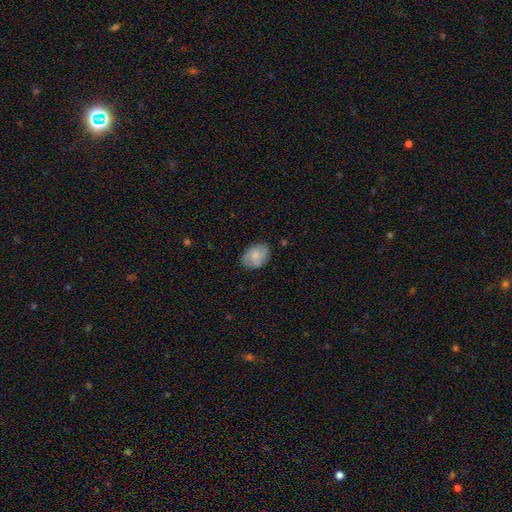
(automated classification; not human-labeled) Smooth or featured?
  - smooth: 74% *
  - featured or disk: 19%
  - star or artifact: 7%
How rounded?
  - in between: 78% *
  - round: 21%
  - cigar-shaped: 1%
Merging?
  - none: 78% *
  - minor disturbance: 17%
  - major disturbance: 4%
  - merger: 1%